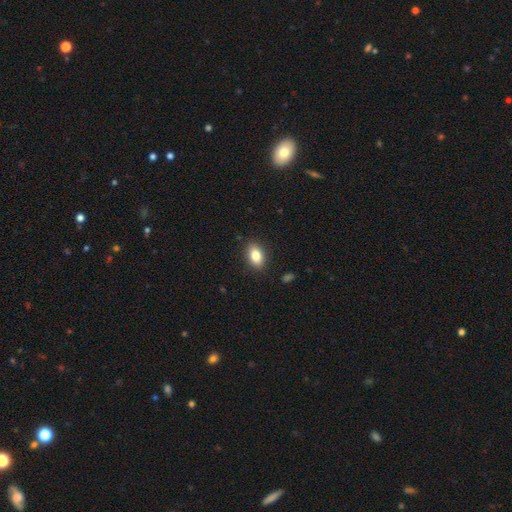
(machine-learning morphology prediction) smooth-or-featured: smooth: 83% | featured or disk: 9% | star or artifact: 8%
  how-rounded: in between: 88% | round: 9% | cigar-shaped: 4%
  merging: none: 88% | minor disturbance: 9% | major disturbance: 2% | merger: 1%